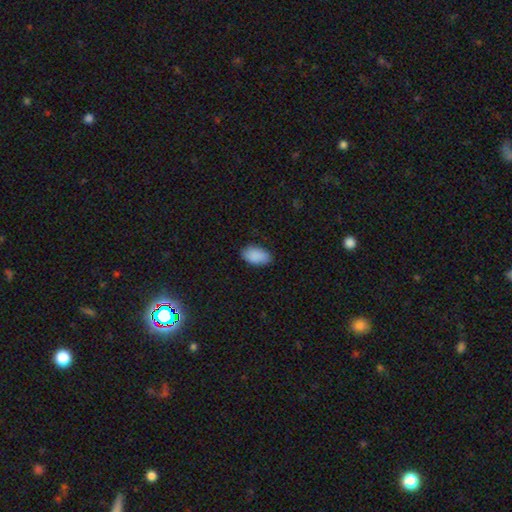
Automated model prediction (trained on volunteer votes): Smooth or featured: smooth — 90% (star or artifact — 6%)
How rounded: in between — 95% (round — 4%)
Merging: none — 86% (minor disturbance — 11%)